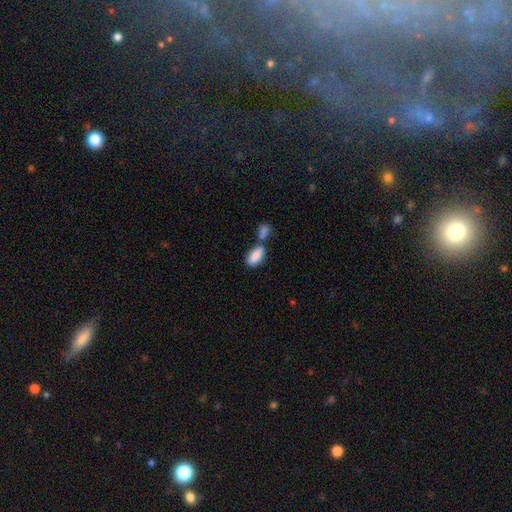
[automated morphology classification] This is clearly a smooth galaxy (86%). How rounded: clearly in between (90%). Merging: marginally none (44%).